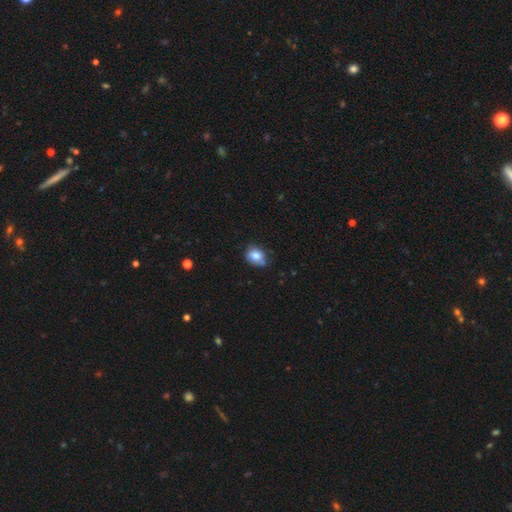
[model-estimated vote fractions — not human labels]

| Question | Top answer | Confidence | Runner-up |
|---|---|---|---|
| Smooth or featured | smooth | 79% | featured or disk (12%) |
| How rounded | in between | 51% | round (48%) |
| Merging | none | 59% | minor disturbance (29%) |